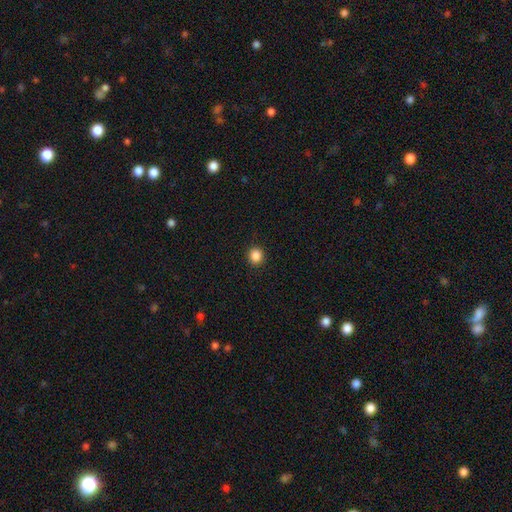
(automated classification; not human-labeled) smooth_or_featured: smooth (p=0.86) [alt: star or artifact p=0.11]
how_rounded: round (p=0.90) [alt: in between p=0.09]
merging: none (p=0.93) [alt: minor disturbance p=0.05]